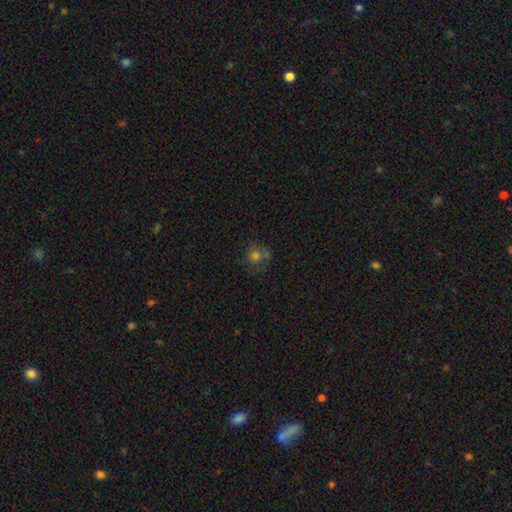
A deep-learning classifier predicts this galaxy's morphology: A smooth galaxy with no disk features (65%) that is round (83%). Merging: none (49%).